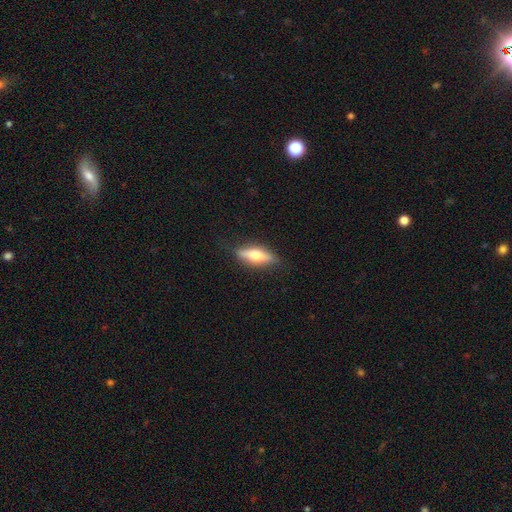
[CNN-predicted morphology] smooth-or-featured: smooth: 53% | featured or disk: 41% | star or artifact: 6%
  how-rounded: in between: 52% | cigar-shaped: 45% | round: 3%
  merging: none: 84% | minor disturbance: 12% | major disturbance: 3% | merger: 1%